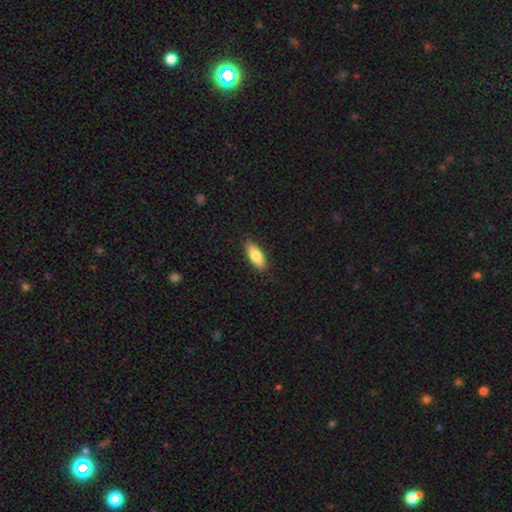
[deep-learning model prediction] This is clearly a smooth galaxy (81%). How rounded: likely in between (72%). Merging: clearly none (88%).